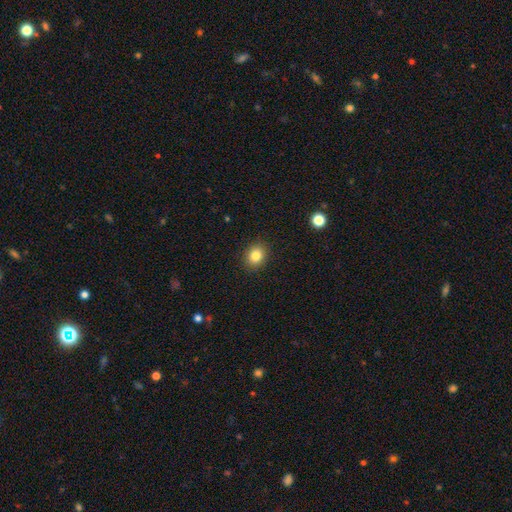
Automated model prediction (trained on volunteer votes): Smooth or featured?
  - smooth: 84% *
  - star or artifact: 10%
  - featured or disk: 6%
How rounded?
  - round: 61% *
  - in between: 38%
  - cigar-shaped: 1%
Merging?
  - none: 90% *
  - minor disturbance: 7%
  - major disturbance: 2%
  - merger: 1%